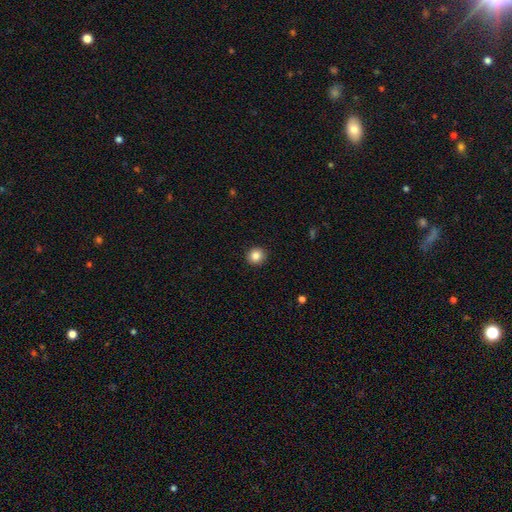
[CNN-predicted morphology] Smooth or featured? smooth (86%)
How rounded? round (90%)
Merging? none (92%)